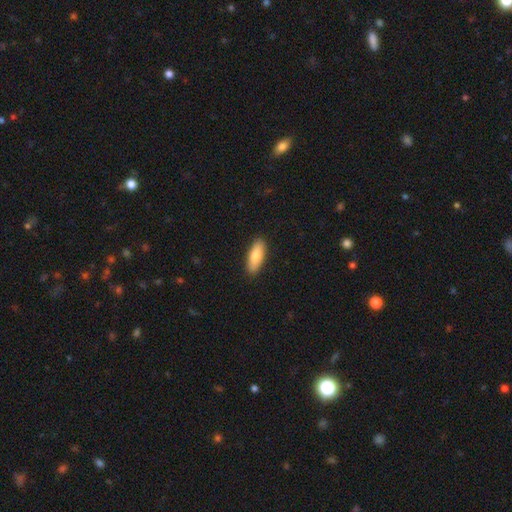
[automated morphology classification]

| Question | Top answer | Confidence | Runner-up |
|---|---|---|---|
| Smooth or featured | smooth | 79% | featured or disk (16%) |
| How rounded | in between | 64% | cigar-shaped (34%) |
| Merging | none | 90% | minor disturbance (8%) |